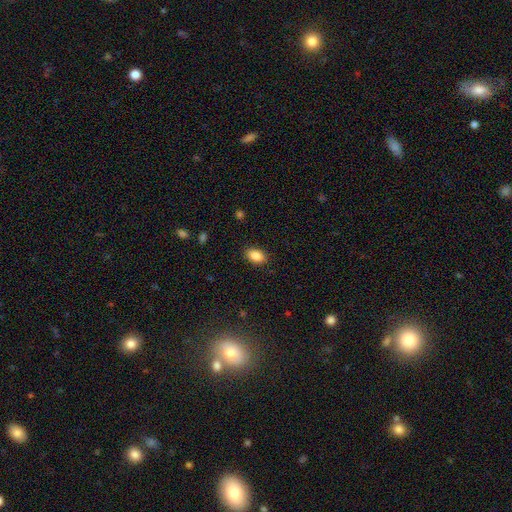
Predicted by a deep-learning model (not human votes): smooth-or-featured: smooth: 88% | star or artifact: 8% | featured or disk: 4%
  how-rounded: in between: 89% | round: 9% | cigar-shaped: 2%
  merging: none: 87% | minor disturbance: 9% | major disturbance: 3% | merger: 1%